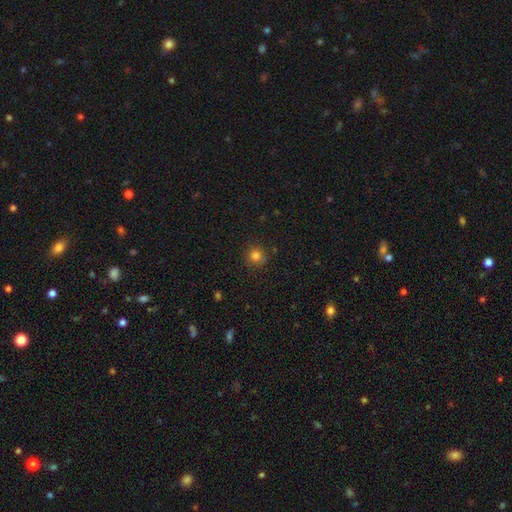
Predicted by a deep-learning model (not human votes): Smooth or featured? Predicted: smooth (p=0.82). How rounded? Predicted: round (p=0.92). Merging? Predicted: none (p=0.87).